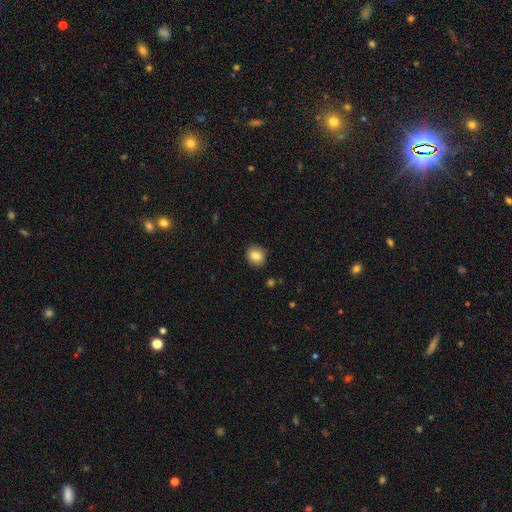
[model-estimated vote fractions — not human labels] This is clearly a smooth galaxy (84%). How rounded: likely round (76%). Merging: clearly none (89%).